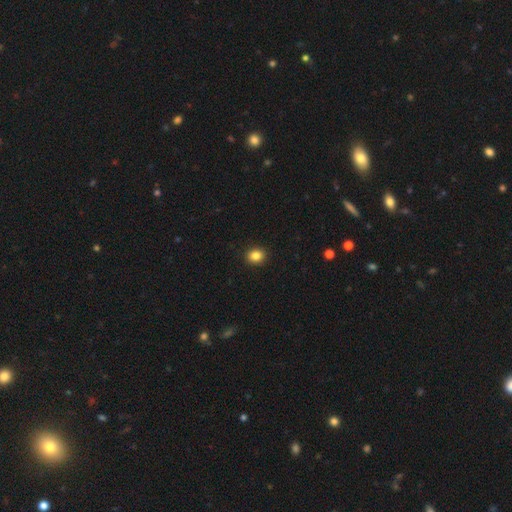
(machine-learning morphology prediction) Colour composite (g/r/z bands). It shows a smooth galaxy with no disk features (85%) that is round (66%). Merging: none (92%).